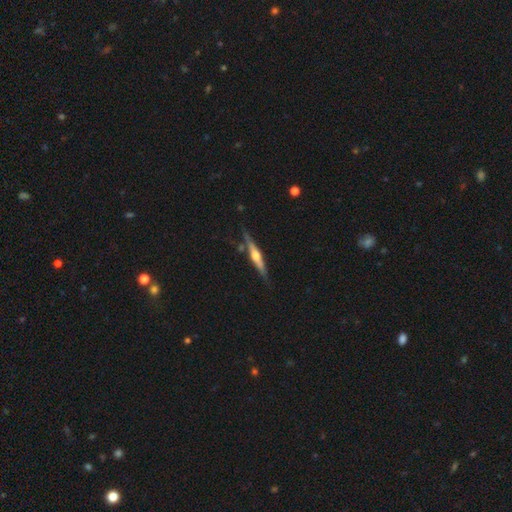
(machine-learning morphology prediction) Overall: featured or disk (69%). Edge-on disk: yes (97%). Edge-on bulge: rounded (88%). Merging: none (80%).